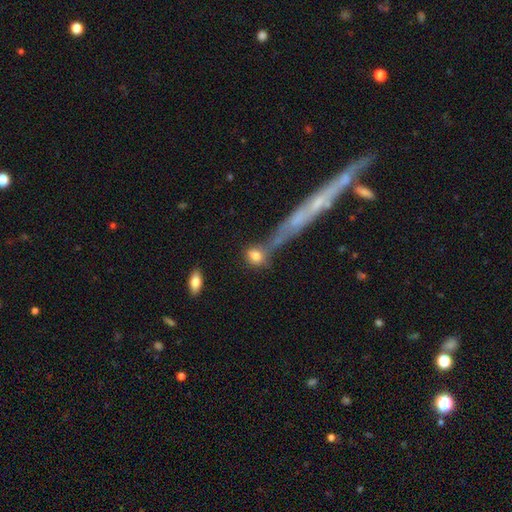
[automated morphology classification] Smooth or featured? smooth (77%)
How rounded? round (57%)
Merging? none (52%)